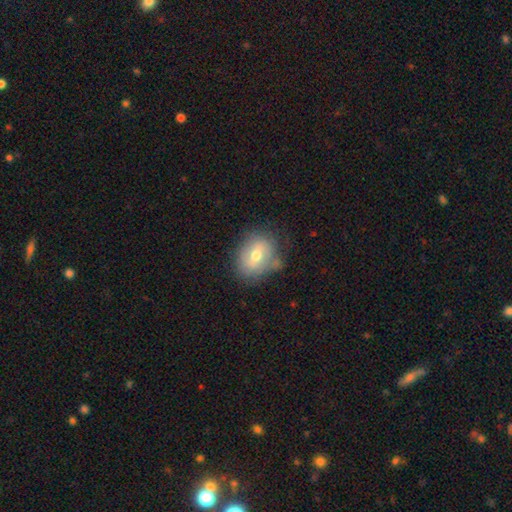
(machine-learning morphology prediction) Smooth or featured? Predicted: smooth (p=0.52). How rounded? Predicted: in between (p=0.50). Merging? Predicted: none (p=0.65).